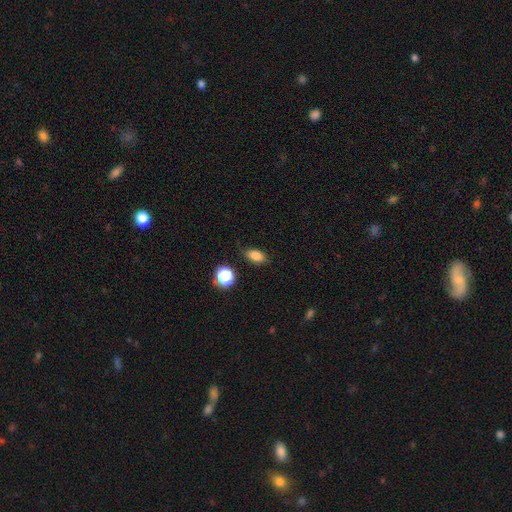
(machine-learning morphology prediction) Smooth or featured? smooth (82%)
How rounded? in between (84%)
Merging? none (79%)